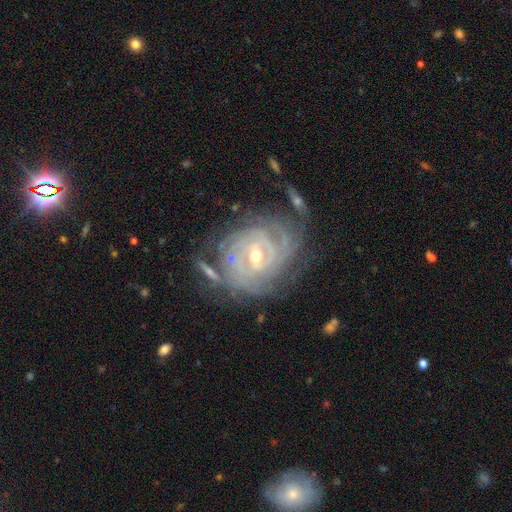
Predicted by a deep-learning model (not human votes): A featured or disk galaxy (89%) with a weak bar (49%), tight (81%) spiral arms (97%) and a small central bulge (49%). Merging: none (62%).